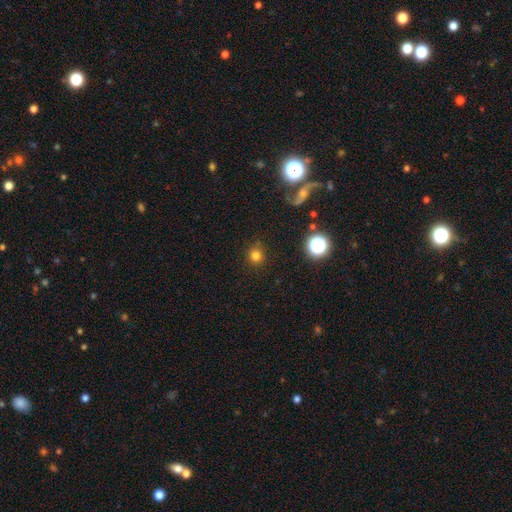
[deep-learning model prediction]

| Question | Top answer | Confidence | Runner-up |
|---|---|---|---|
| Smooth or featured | smooth | 77% | star or artifact (17%) |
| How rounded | round | 93% | in between (6%) |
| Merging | none | 86% | minor disturbance (9%) |